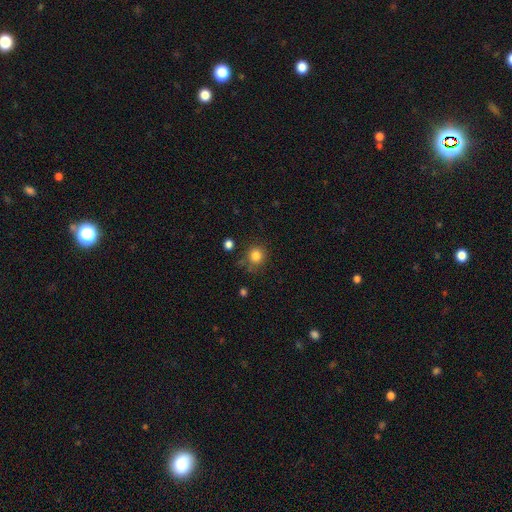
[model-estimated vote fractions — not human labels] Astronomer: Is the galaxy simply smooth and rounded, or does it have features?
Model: smooth — 83%.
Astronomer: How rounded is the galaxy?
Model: round — 89%.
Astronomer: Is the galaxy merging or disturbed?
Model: none — 78%.